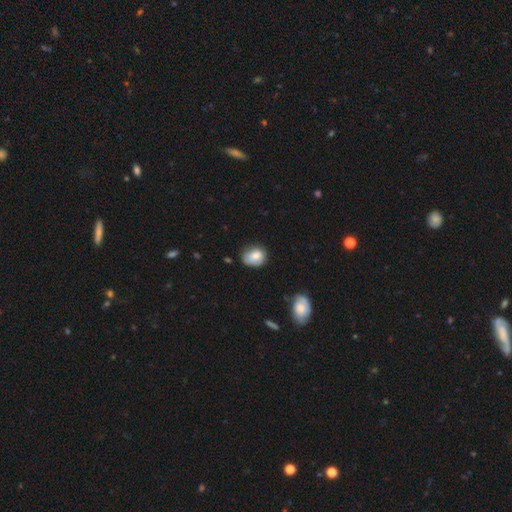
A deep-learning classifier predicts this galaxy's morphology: smooth 77%, featured or disk 14%, star or artifact 9%. Down the decision tree: how rounded — in between (50%); merging — none (58%).